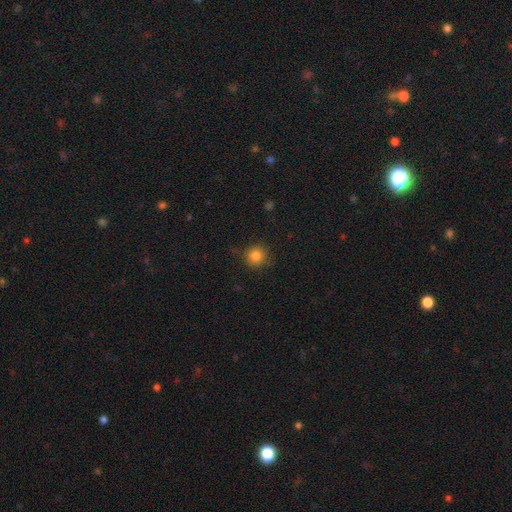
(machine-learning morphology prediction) Smooth or featured?
  - smooth: 83% *
  - star or artifact: 12%
  - featured or disk: 5%
How rounded?
  - round: 92% *
  - in between: 7%
  - cigar-shaped: 1%
Merging?
  - none: 86% *
  - minor disturbance: 10%
  - major disturbance: 3%
  - merger: 1%